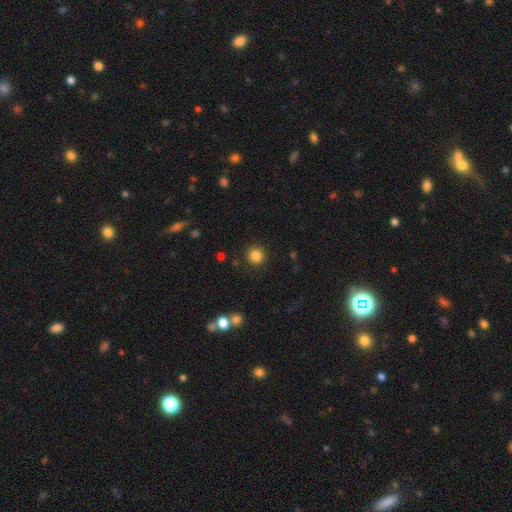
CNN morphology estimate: Q: Smooth or featured?
A: smooth (84%); runner-up: star or artifact (12%)
Q: How rounded?
A: round (93%); runner-up: in between (6%)
Q: Merging?
A: none (90%); runner-up: minor disturbance (6%)